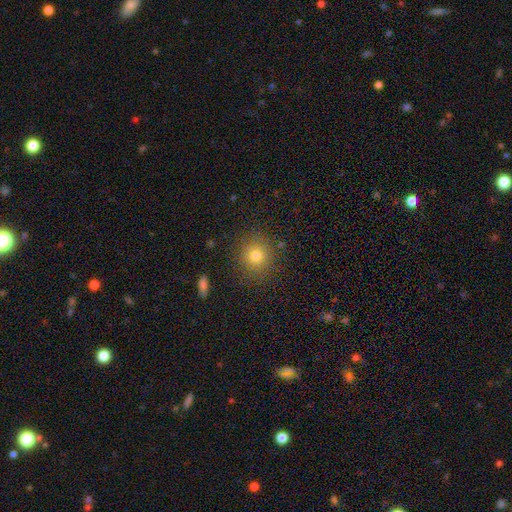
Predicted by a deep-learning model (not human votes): This is likely a smooth galaxy (78%). How rounded: clearly round (89%). Merging: clearly none (88%).